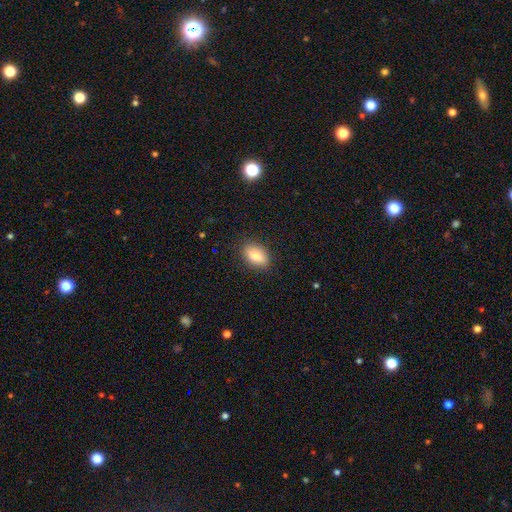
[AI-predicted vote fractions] Smooth or featured? smooth (80%)
How rounded? in between (87%)
Merging? none (86%)